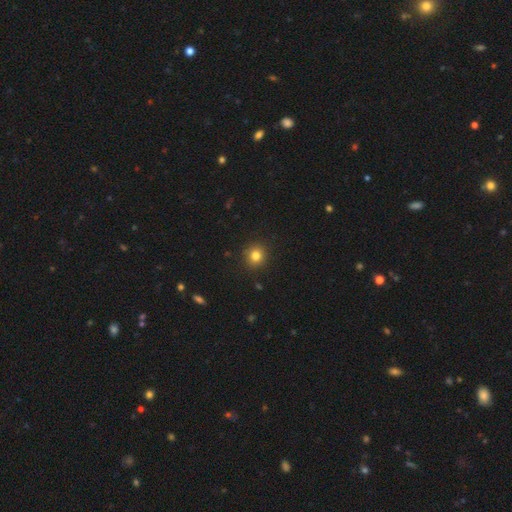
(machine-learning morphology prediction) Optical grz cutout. It shows a smooth galaxy with no disk features (81%) that is round (88%). Merging: none (91%).